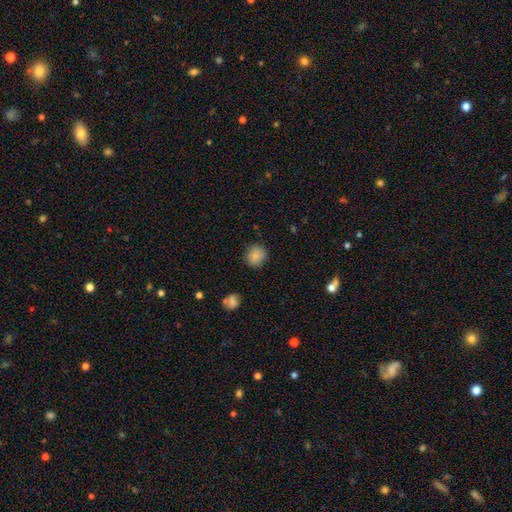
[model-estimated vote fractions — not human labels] Overall: smooth (85%). How rounded: round (83%). Merging: none (81%).